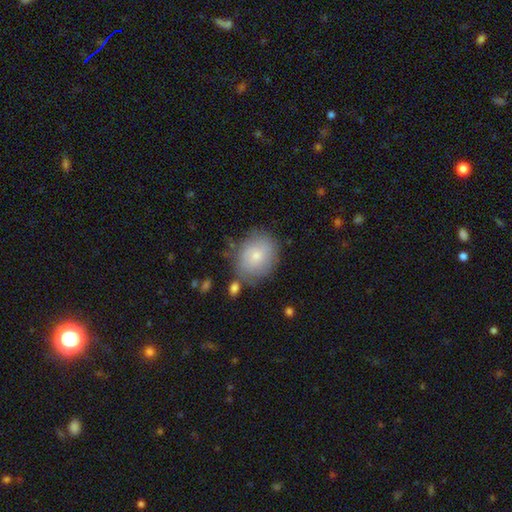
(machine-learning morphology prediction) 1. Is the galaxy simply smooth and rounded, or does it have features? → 68% smooth, 25% featured or disk, 8% star or artifact.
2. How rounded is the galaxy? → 64% round, 35% in between, 1% cigar-shaped.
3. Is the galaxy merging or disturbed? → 70% none, 19% minor disturbance, 6% major disturbance, 5% merger.